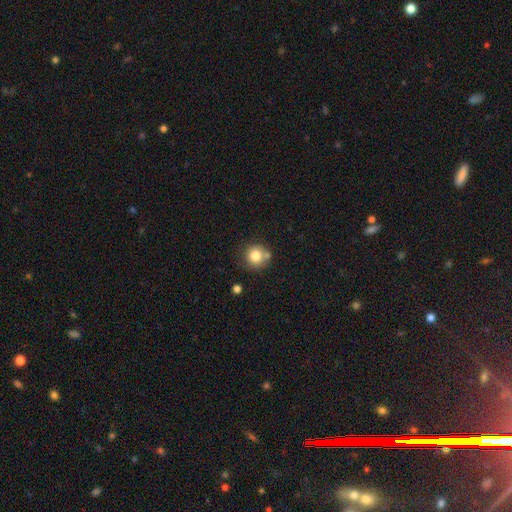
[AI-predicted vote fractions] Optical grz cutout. It shows a smooth galaxy with no disk features (81%) that is round (91%). Merging: none (69%).